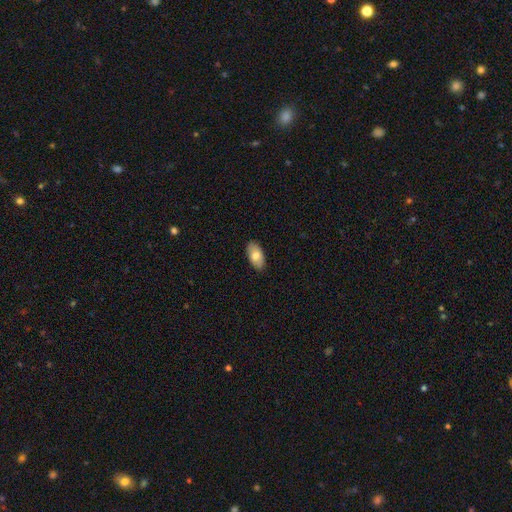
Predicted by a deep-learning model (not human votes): A smooth galaxy with no disk features (79%) that is in between round and cigar-shaped (94%).

Vote fractions:
- Smooth or featured? smooth: 79% / featured or disk: 15% / star or artifact: 6%
- How rounded? in between: 94% / cigar-shaped: 3% / round: 3%
- Merging? none: 88% / minor disturbance: 9% / major disturbance: 2% / merger: 1%